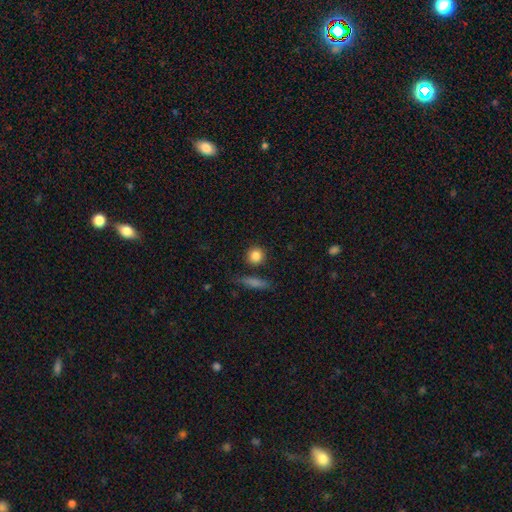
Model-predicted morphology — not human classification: Overall: smooth (85%). How rounded: round (87%). Merging: none (84%).